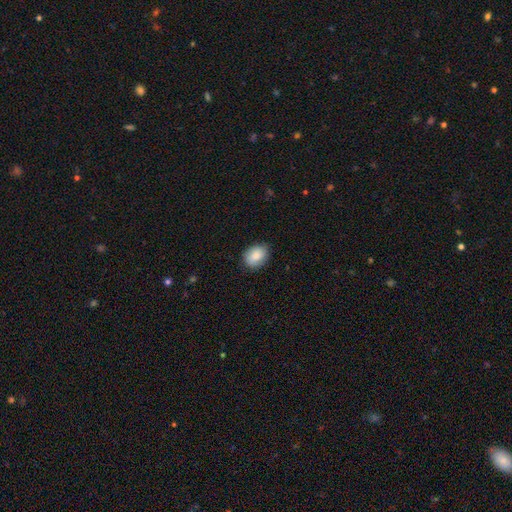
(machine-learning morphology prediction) This is clearly a smooth galaxy (87%). How rounded: likely in between (71%). Merging: clearly none (81%).